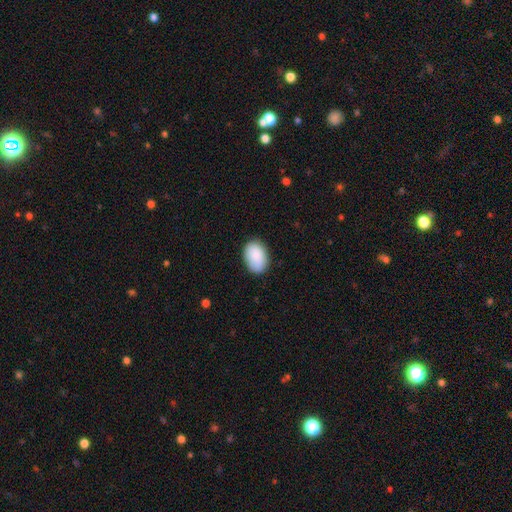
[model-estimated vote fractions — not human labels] Q: Smooth or featured?
A: smooth (89%); runner-up: star or artifact (6%)
Q: How rounded?
A: in between (86%); runner-up: round (13%)
Q: Merging?
A: none (81%); runner-up: minor disturbance (15%)